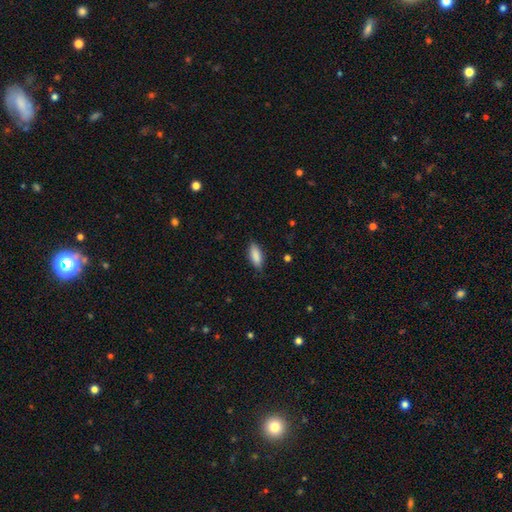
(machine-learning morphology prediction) Overall: smooth (87%). How rounded: in between (77%). Merging: none (80%).